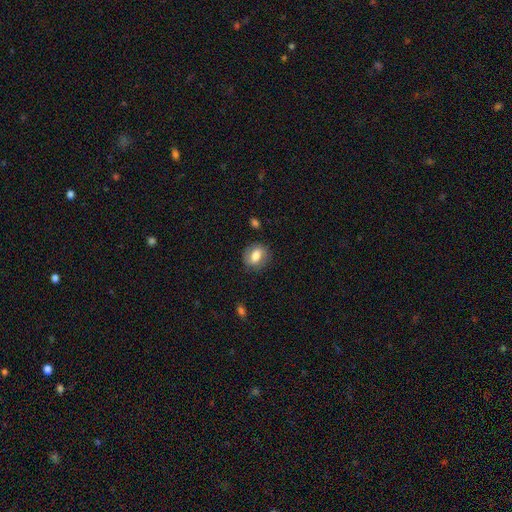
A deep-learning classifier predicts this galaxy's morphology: The model was most divided on "how rounded": in between: 56%, round: 43%, cigar-shaped: 2%. More confident: merging — none (79%); smooth or featured — smooth (67%).